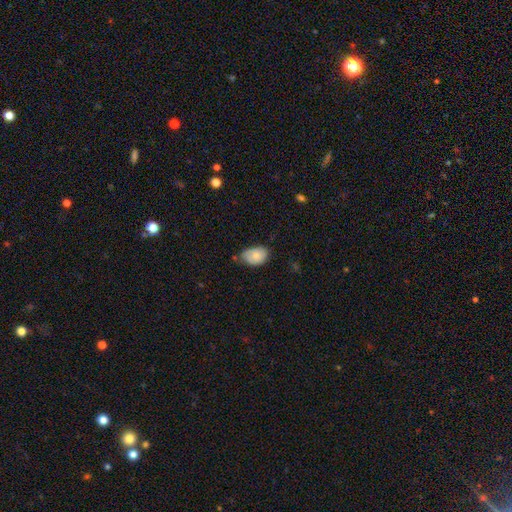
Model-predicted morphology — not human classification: smooth-or-featured: smooth: 79% | featured or disk: 14% | star or artifact: 7%
  how-rounded: in between: 83% | round: 16% | cigar-shaped: 1%
  merging: none: 52% | minor disturbance: 39% | major disturbance: 6% | merger: 4%